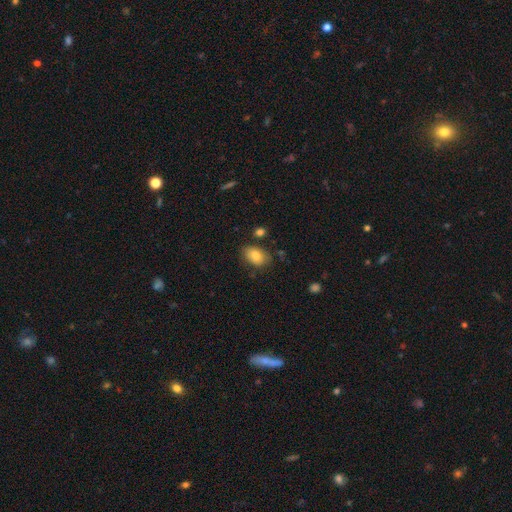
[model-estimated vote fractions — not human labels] smooth-or-featured: smooth: 80% | featured or disk: 12% | star or artifact: 8%
  how-rounded: in between: 83% | round: 15% | cigar-shaped: 1%
  merging: none: 75% | minor disturbance: 17% | major disturbance: 4% | merger: 4%